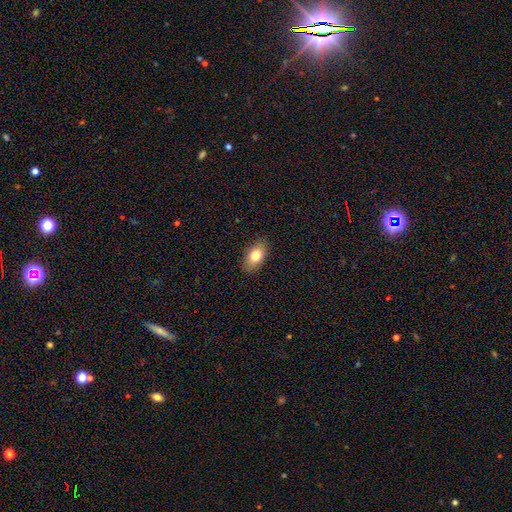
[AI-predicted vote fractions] Smooth or featured? Predicted: smooth (p=0.79). How rounded? Predicted: in between (p=0.89). Merging? Predicted: none (p=0.87).